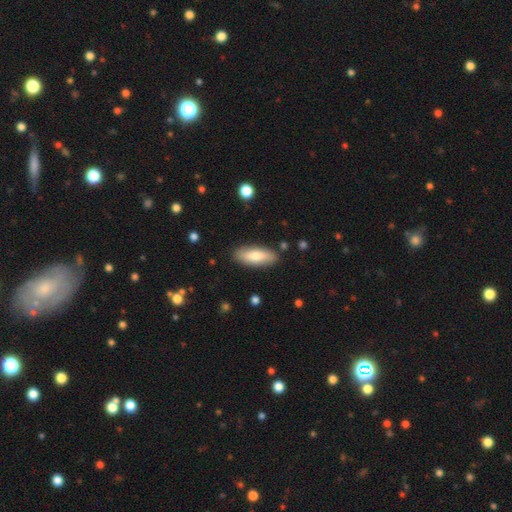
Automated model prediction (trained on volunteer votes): A smooth galaxy with no disk features (72%) that is in between round and cigar-shaped (65%). Merging: none (87%).